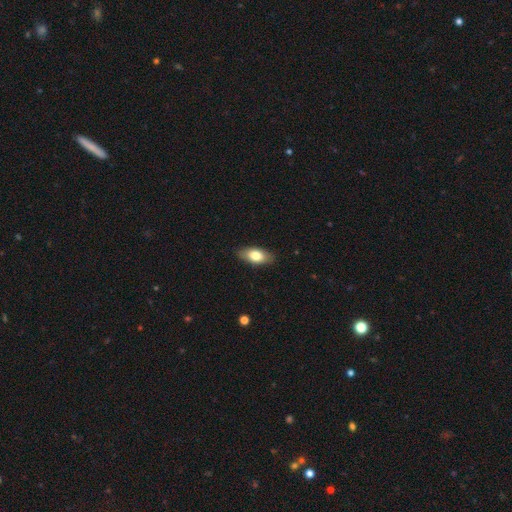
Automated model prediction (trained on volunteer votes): A smooth galaxy with no disk features (76%) that is in between round and cigar-shaped (89%). Merging: none (87%).